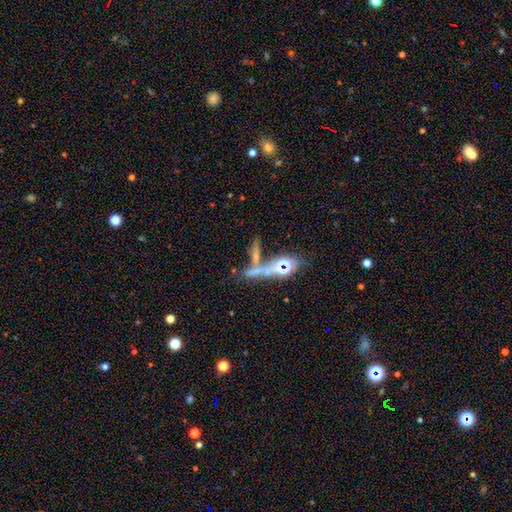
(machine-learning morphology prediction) smooth-or-featured: smooth: 45% | featured or disk: 28% | star or artifact: 27%
  merging: none: 46% | merger: 34% | minor disturbance: 11% | major disturbance: 9%